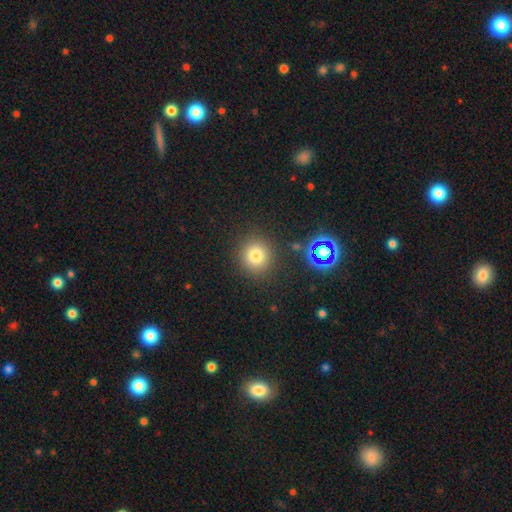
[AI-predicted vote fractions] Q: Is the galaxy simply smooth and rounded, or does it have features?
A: smooth — 77%.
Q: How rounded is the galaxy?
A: round — 91%.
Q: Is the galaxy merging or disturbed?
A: none — 87%.